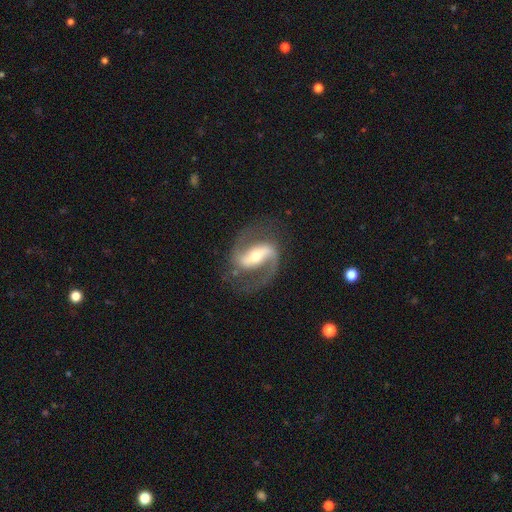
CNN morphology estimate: Smooth or featured? Predicted: featured or disk (p=0.90). Edge-on disk? Predicted: no (p=0.97). Bar? Predicted: strong (p=0.53). Spiral arms? Predicted: yes (p=0.97). Spiral winding? Predicted: medium (p=0.53). Spiral arm count? Predicted: 2 (p=0.89). Bulge size? Predicted: moderate (p=0.61). Merging? Predicted: none (p=0.75).